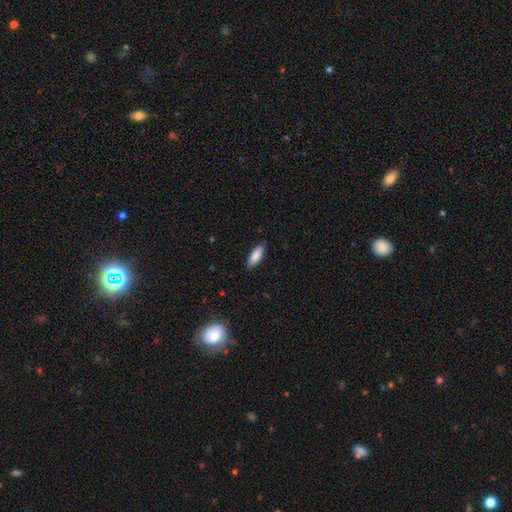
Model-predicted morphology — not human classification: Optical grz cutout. It shows a smooth galaxy with no disk features (86%) that is in between round and cigar-shaped (58%). Merging: none (87%).